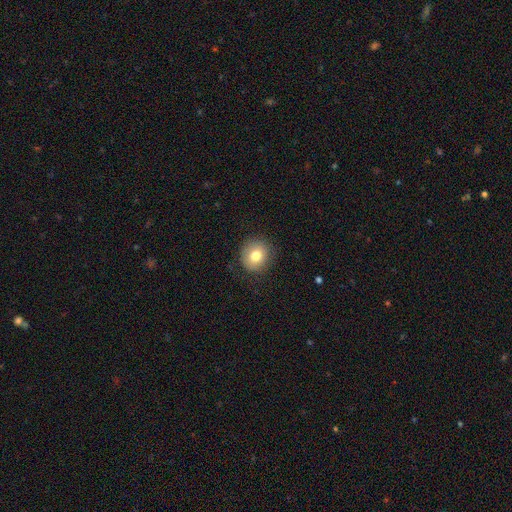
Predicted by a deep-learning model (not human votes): smooth 77%, featured or disk 12%, star or artifact 10%. Down the decision tree: how rounded — round (87%); merging — none (85%).